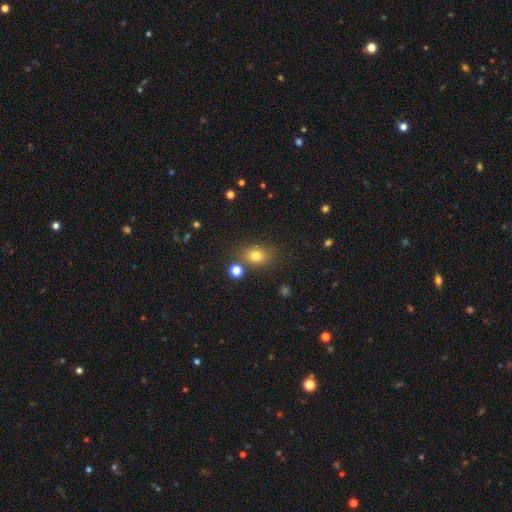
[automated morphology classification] Q: Smooth or featured?
A: smooth (79%); runner-up: star or artifact (13%)
Q: How rounded?
A: in between (60%); runner-up: round (39%)
Q: Merging?
A: none (73%); runner-up: minor disturbance (13%)